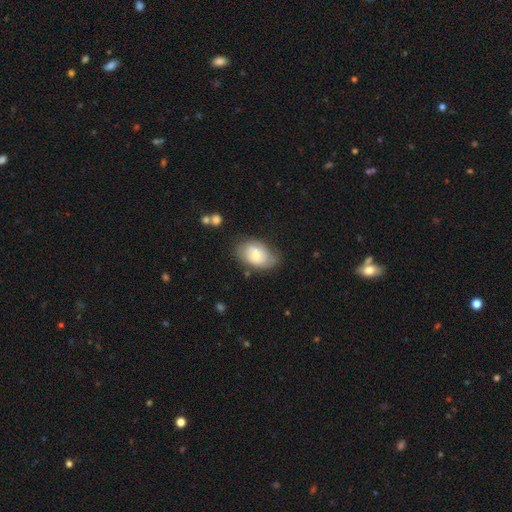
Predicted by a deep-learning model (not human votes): smooth 51%, featured or disk 42%, star or artifact 7%. Down the decision tree: how rounded — in between (84%); merging — none (65%).